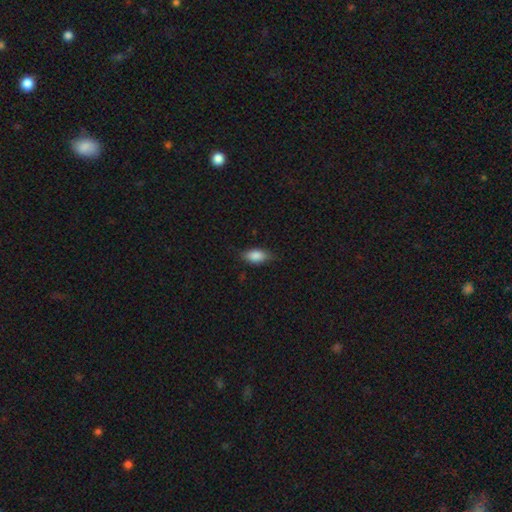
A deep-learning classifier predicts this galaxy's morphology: A smooth galaxy with no disk features (85%) that is in between round and cigar-shaped (89%). Merging: none (78%).